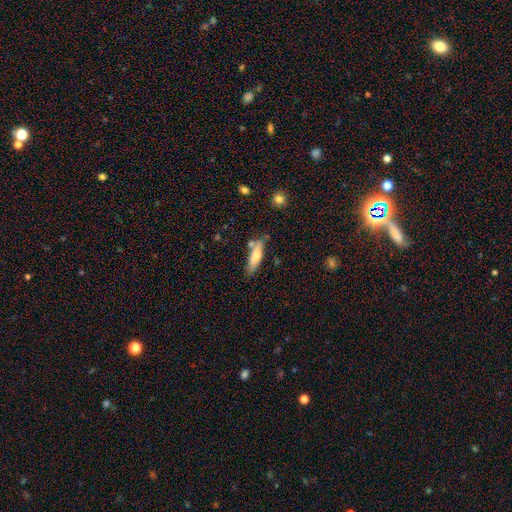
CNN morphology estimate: This is likely a smooth galaxy (72%). How rounded: likely cigar-shaped (63%). Merging: likely none (67%).